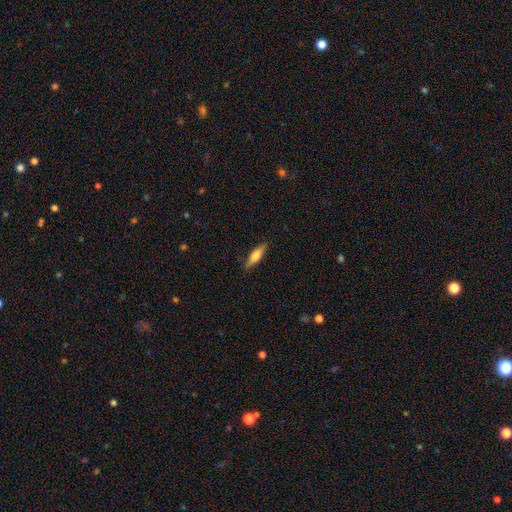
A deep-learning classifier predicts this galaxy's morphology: Q: Smooth or featured?
A: smooth (58%); runner-up: featured or disk (36%)
Q: How rounded?
A: cigar-shaped (66%); runner-up: in between (32%)
Q: Merging?
A: none (84%); runner-up: minor disturbance (12%)